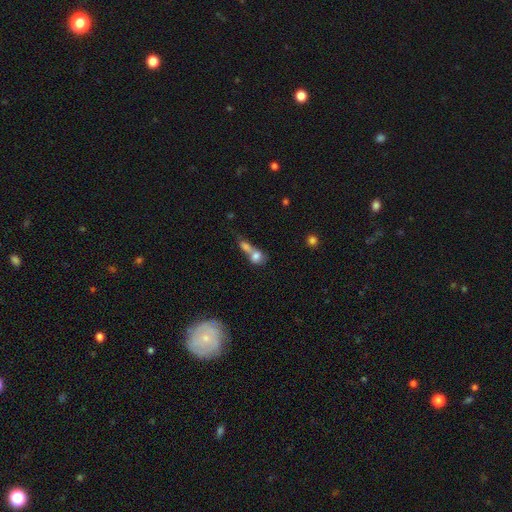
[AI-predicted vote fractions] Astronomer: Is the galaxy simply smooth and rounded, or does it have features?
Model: smooth — 74%.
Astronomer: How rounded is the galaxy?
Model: in between — 48% (runner-up: round, 46%).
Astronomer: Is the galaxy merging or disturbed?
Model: merger — 72%.